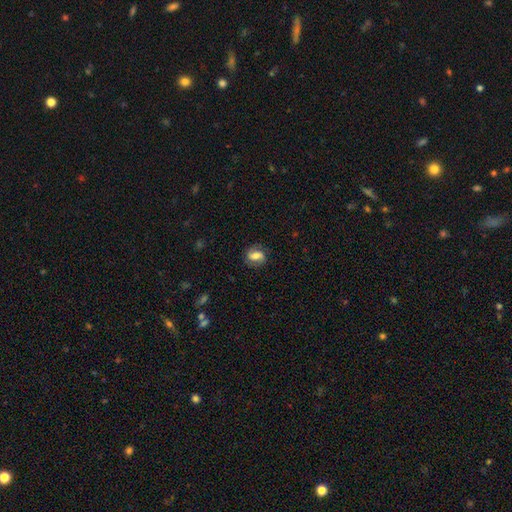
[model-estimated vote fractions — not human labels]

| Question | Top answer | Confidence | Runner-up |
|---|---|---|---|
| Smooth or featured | smooth | 46% | featured or disk (45%) |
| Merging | none | 79% | minor disturbance (14%) |